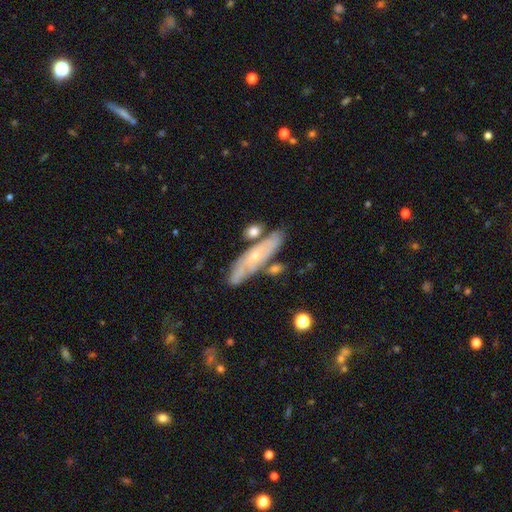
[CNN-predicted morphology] smooth_or_featured: featured or disk (p=0.60) [alt: smooth p=0.33]
disk_edge_on: no (p=0.61) [alt: yes p=0.39]
merging: none (p=0.70) [alt: minor disturbance p=0.17]